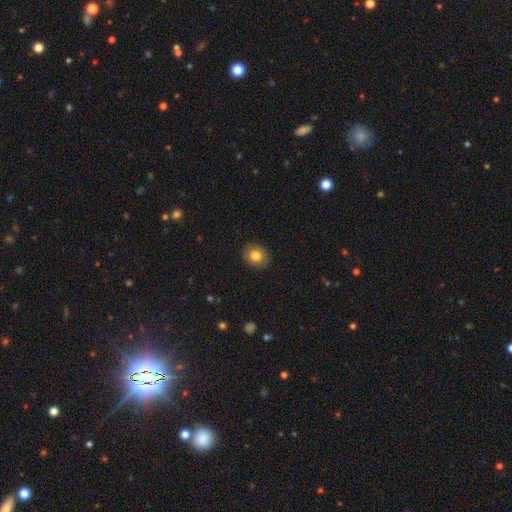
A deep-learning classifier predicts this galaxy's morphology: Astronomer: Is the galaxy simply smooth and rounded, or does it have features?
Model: smooth — 80%.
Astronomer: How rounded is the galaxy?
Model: round — 62% (runner-up: in between, 38%).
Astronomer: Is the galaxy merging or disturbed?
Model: none — 87%.